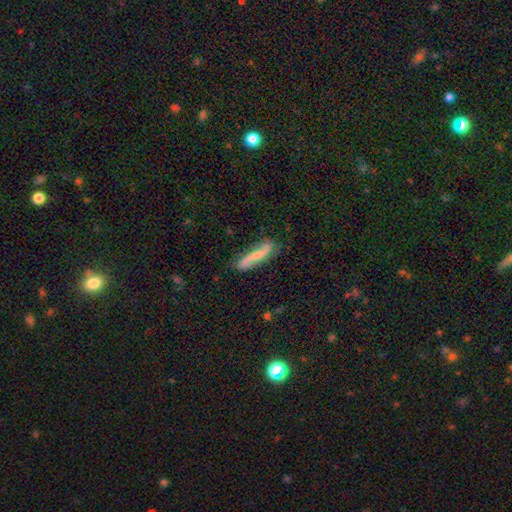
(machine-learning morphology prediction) Smooth or featured?
  - featured or disk: 59% *
  - smooth: 33%
  - star or artifact: 7%
Edge-on disk?
  - no: 70% *
  - yes: 30%
Merging?
  - none: 74% *
  - minor disturbance: 19%
  - major disturbance: 5%
  - merger: 2%